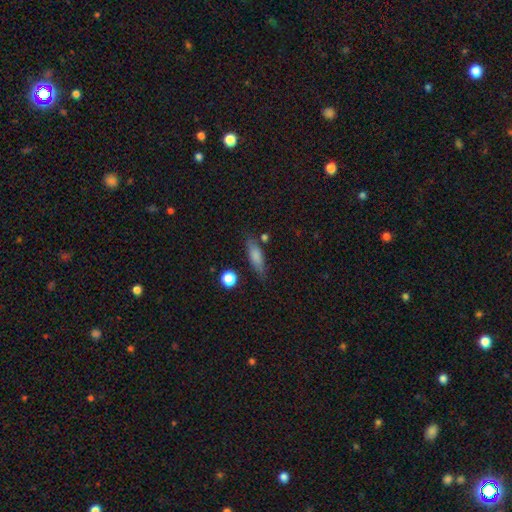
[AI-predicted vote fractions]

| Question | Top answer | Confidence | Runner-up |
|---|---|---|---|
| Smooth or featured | smooth | 76% | featured or disk (16%) |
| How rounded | in between | 51% | cigar-shaped (45%) |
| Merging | none | 73% | minor disturbance (18%) |